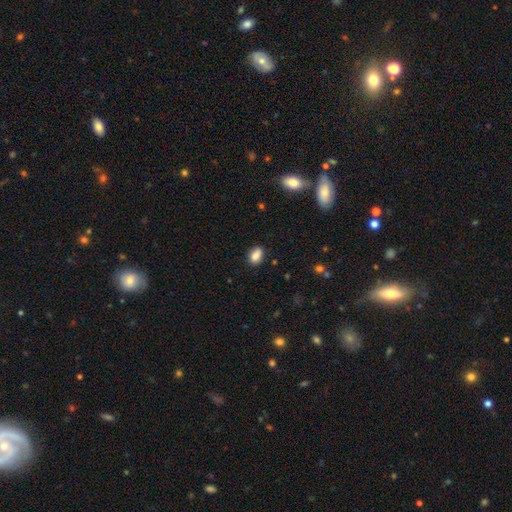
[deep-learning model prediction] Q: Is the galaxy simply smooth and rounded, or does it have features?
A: smooth — 84%.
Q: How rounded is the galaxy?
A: in between — 81%.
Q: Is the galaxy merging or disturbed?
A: none — 80%.